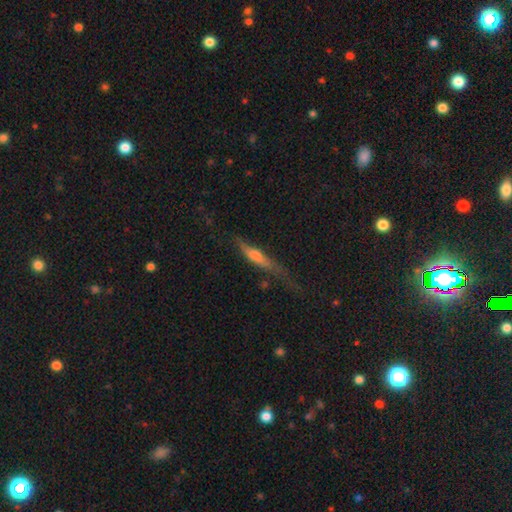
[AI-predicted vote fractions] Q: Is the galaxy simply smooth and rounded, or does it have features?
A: featured or disk — 46%.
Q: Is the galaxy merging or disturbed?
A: none — 41%.